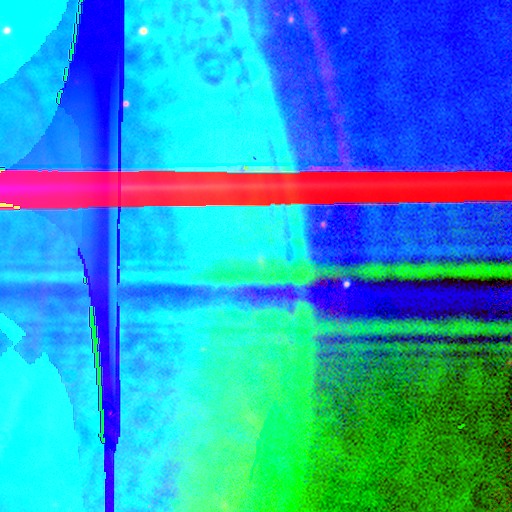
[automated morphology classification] type=star or artifact (86%).